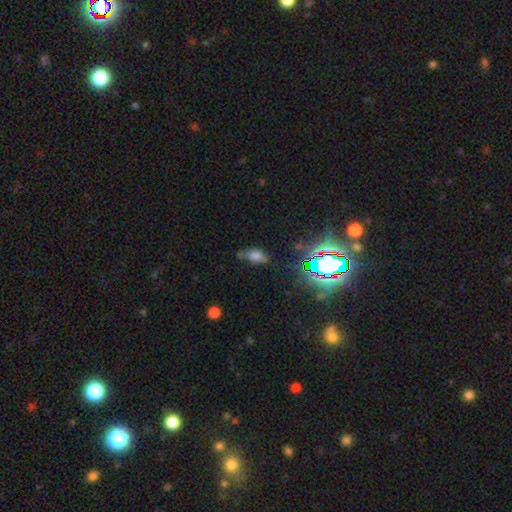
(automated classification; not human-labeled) A smooth galaxy with no disk features (61%) that is in between round and cigar-shaped (83%). Merging: none (51%).